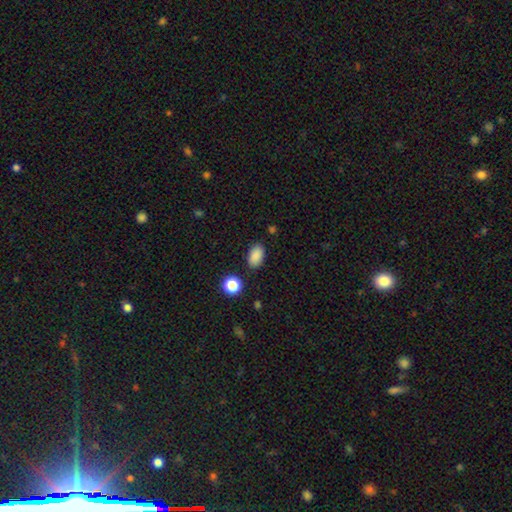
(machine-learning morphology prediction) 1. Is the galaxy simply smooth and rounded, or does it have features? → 87% smooth, 10% star or artifact, 4% featured or disk.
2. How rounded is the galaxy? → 90% in between, 8% round, 2% cigar-shaped.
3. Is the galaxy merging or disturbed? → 86% none, 9% minor disturbance, 3% major disturbance, 2% merger.